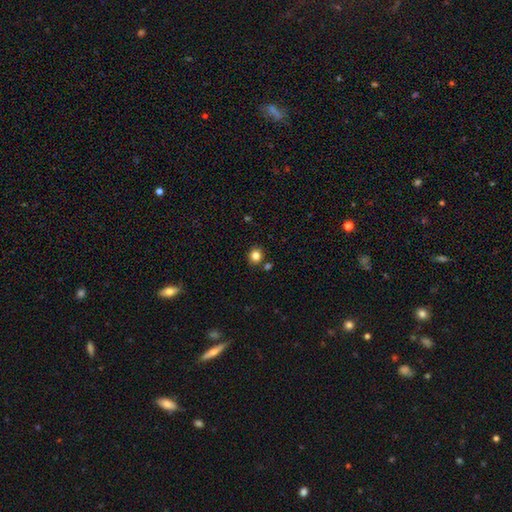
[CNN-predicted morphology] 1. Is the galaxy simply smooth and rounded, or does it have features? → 83% smooth, 12% star or artifact, 5% featured or disk.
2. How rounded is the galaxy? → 84% round, 15% in between, 1% cigar-shaped.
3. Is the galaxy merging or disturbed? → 85% none, 8% minor disturbance, 5% merger, 2% major disturbance.